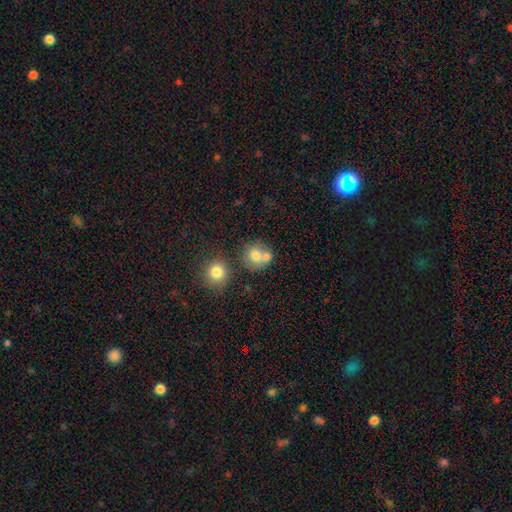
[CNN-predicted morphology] Q: Smooth or featured?
A: smooth (73%); runner-up: featured or disk (16%)
Q: How rounded?
A: round (86%); runner-up: in between (13%)
Q: Merging?
A: none (50%); runner-up: merger (36%)